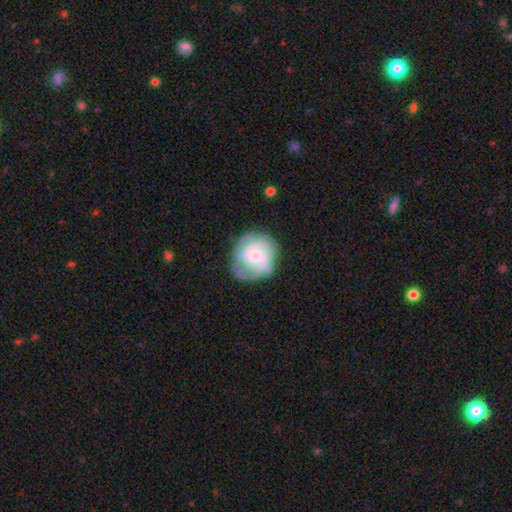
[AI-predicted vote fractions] Smooth or featured? featured or disk (71%)
Edge-on disk? no (98%)
Bar? no (67%)
Spiral arms? yes (91%)
Spiral winding? tight (46%)
Spiral arm count? 2 (31%)
Bulge size? small (45%)
Merging? none (68%)